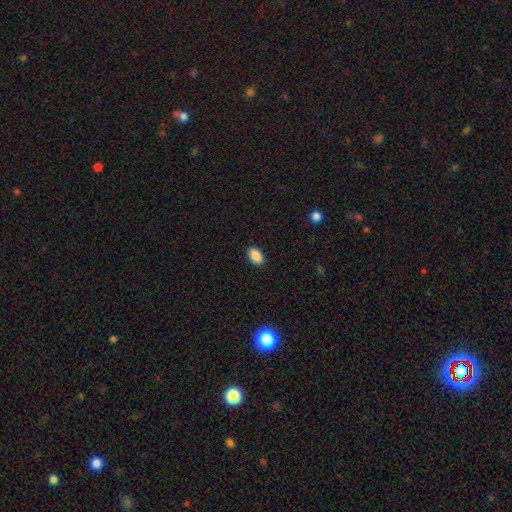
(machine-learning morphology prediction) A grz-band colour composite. It shows a smooth galaxy with no disk features (89%) that is in between round and cigar-shaped (92%). Merging: none (90%).